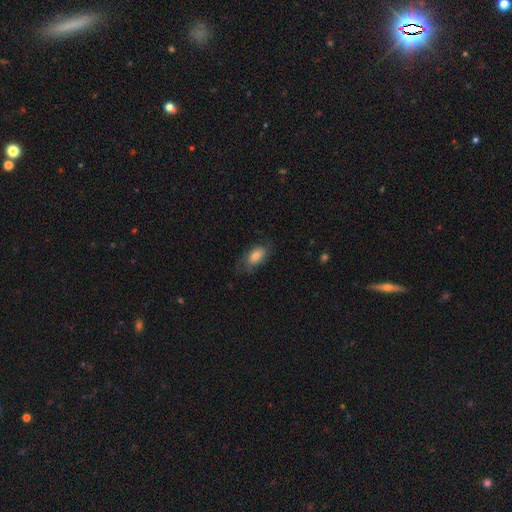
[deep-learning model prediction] Smooth or featured? Predicted: smooth (p=0.69). How rounded? Predicted: in between (p=0.89). Merging? Predicted: none (p=0.66).